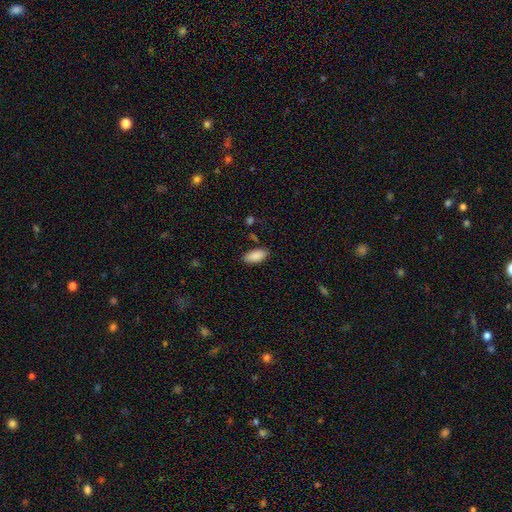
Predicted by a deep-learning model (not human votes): smooth 89%, star or artifact 7%, featured or disk 4%. Down the decision tree: how rounded — in between (90%); merging — none (85%).